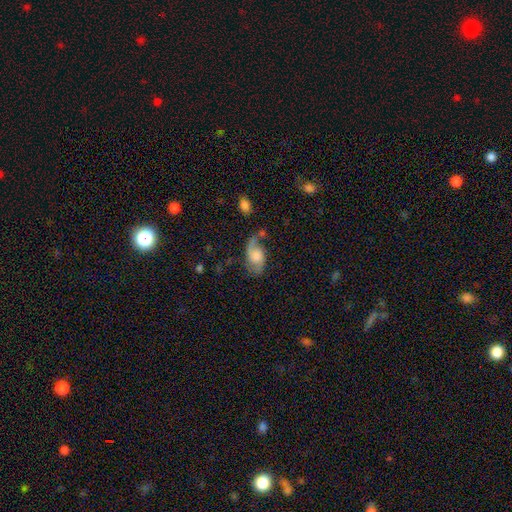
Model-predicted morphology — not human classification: type=featured or disk (59%); edge-on=no (95%); bar=no (67%); spiral arms=yes (87%); bulge=large (36%); merging=none (44%).